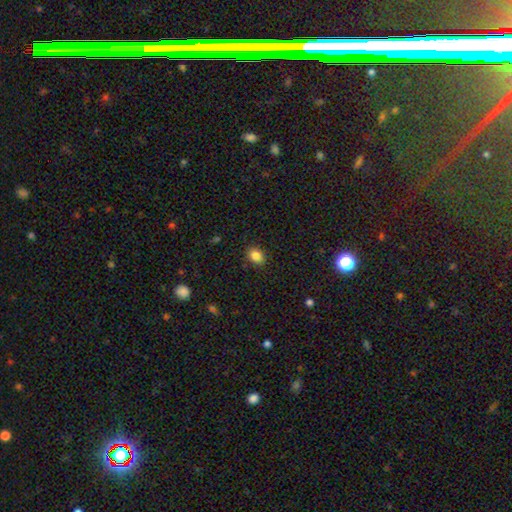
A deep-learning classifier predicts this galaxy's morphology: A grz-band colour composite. It shows a smooth galaxy with no disk features (85%) that is in between round and cigar-shaped (62%). Merging: none (88%).